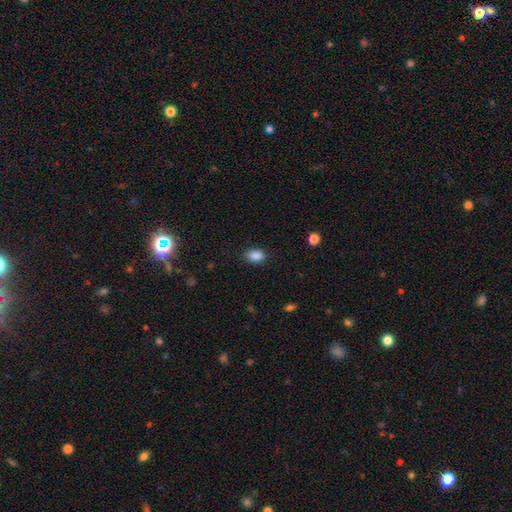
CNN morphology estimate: smooth-or-featured: smooth: 87% | star or artifact: 9% | featured or disk: 3%
  how-rounded: in between: 82% | round: 17% | cigar-shaped: 1%
  merging: none: 85% | minor disturbance: 11% | major disturbance: 3% | merger: 1%